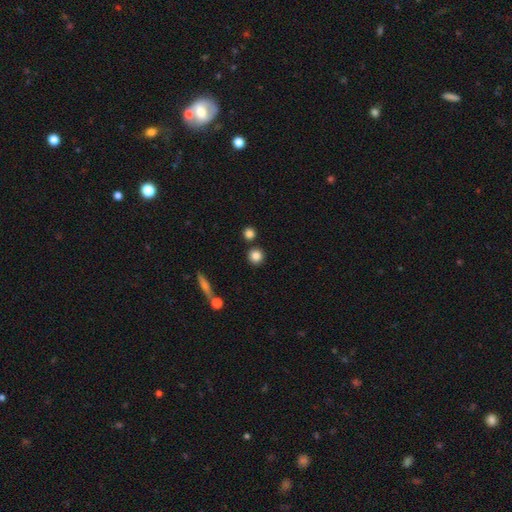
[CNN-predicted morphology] smooth_or_featured: smooth (p=0.84) [alt: star or artifact p=0.10]
how_rounded: round (p=0.92) [alt: in between p=0.07]
merging: none (p=0.83) [alt: merger p=0.08]